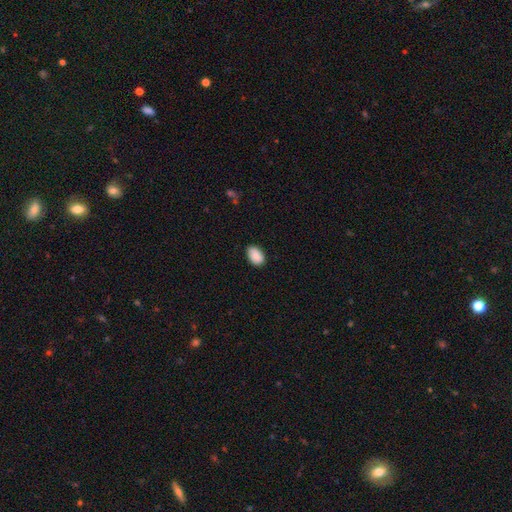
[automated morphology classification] Smooth or featured: smooth — 90% (star or artifact — 7%)
How rounded: in between — 89% (round — 10%)
Merging: none — 84% (minor disturbance — 13%)